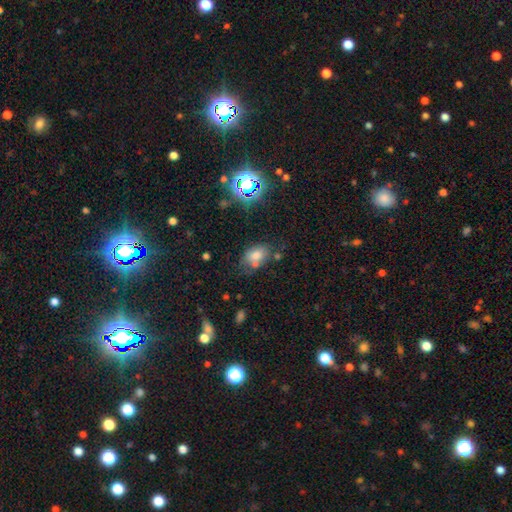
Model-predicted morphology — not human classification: Smooth or featured? smooth (67%)
How rounded? in between (81%)
Merging? none (58%)